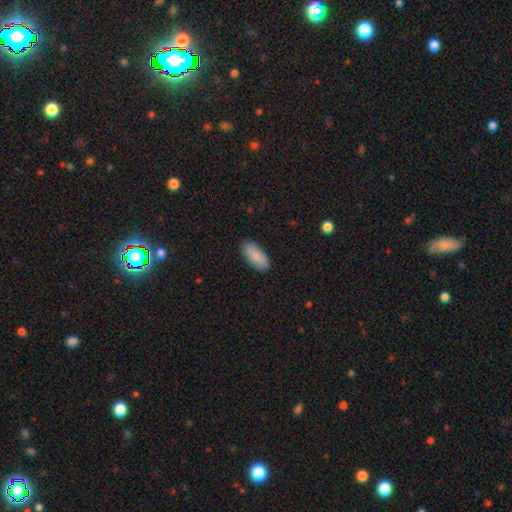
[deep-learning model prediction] Q: Smooth or featured?
A: smooth (87%); runner-up: featured or disk (7%)
Q: How rounded?
A: in between (88%); runner-up: cigar-shaped (10%)
Q: Merging?
A: none (87%); runner-up: minor disturbance (10%)